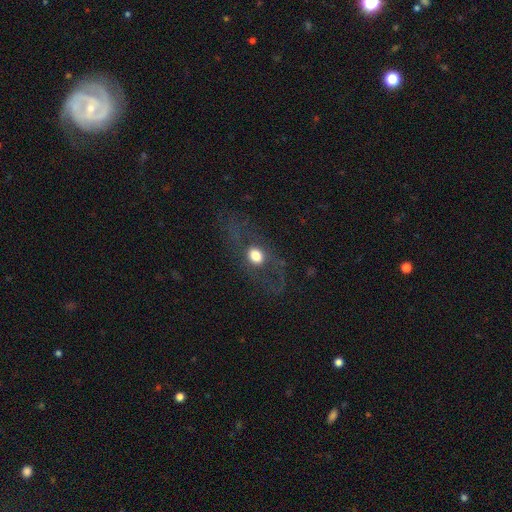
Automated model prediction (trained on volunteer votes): Q: Smooth or featured?
A: smooth (53%); runner-up: featured or disk (35%)
Q: How rounded?
A: in between (50%); runner-up: round (47%)
Q: Merging?
A: none (67%); runner-up: major disturbance (17%)